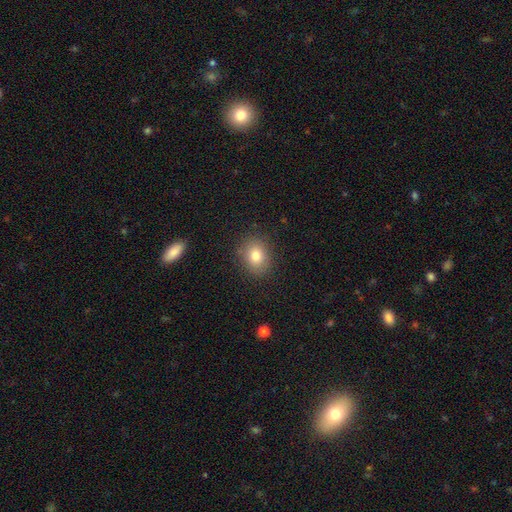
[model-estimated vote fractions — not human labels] Overall: smooth (80%). How rounded: round (59%; in between 40%). Merging: none (86%).